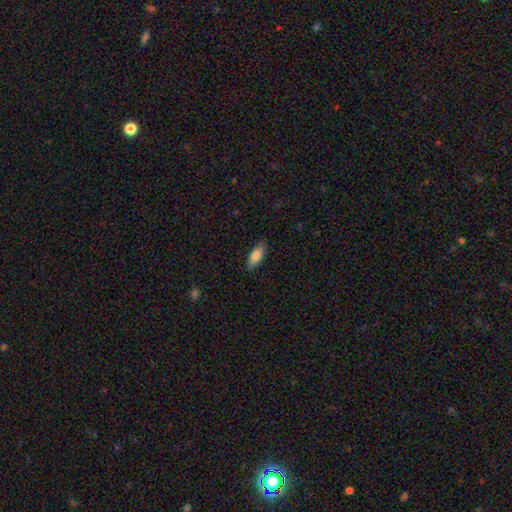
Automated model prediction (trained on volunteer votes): Smooth or featured?
  - smooth: 83% *
  - featured or disk: 11%
  - star or artifact: 6%
How rounded?
  - in between: 78% *
  - cigar-shaped: 20%
  - round: 2%
Merging?
  - none: 85% *
  - minor disturbance: 12%
  - major disturbance: 2%
  - merger: 1%